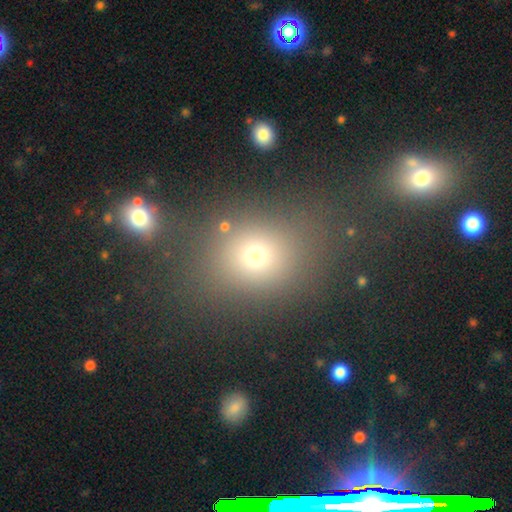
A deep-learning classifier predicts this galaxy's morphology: smooth-or-featured: smooth: 67% | star or artifact: 23% | featured or disk: 10%
  how-rounded: round: 62% | in between: 37% | cigar-shaped: 1%
  merging: none: 74% | minor disturbance: 11% | merger: 10% | major disturbance: 6%